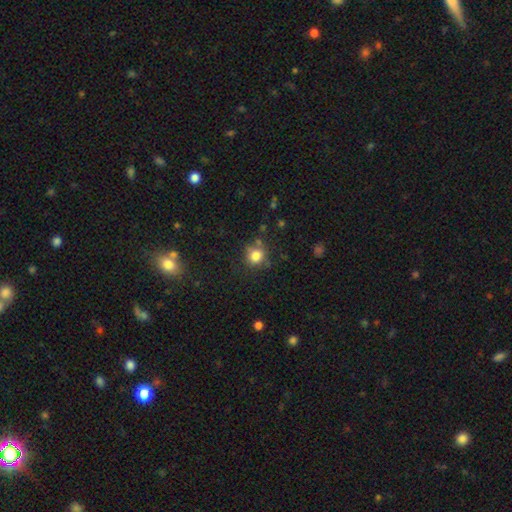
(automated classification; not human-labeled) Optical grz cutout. It shows a smooth galaxy with no disk features (81%) that is round (86%). Merging: none (72%).